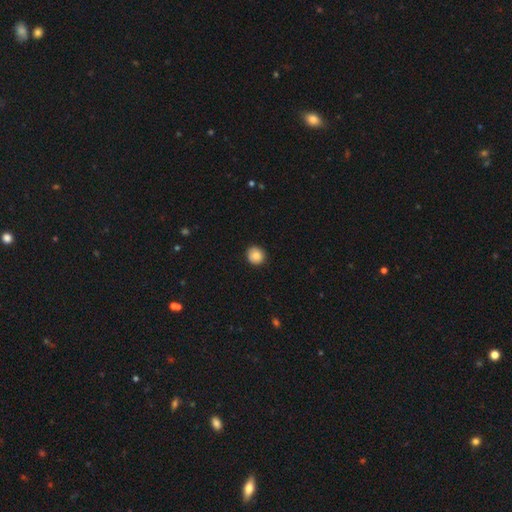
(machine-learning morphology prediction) Smooth or featured? smooth (84%)
How rounded? round (91%)
Merging? none (89%)